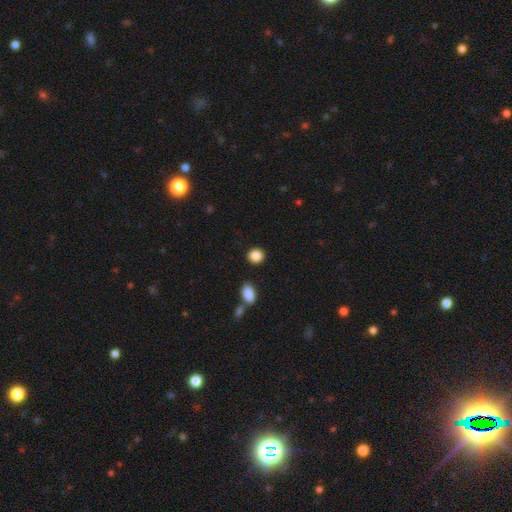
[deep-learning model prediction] Smooth or featured?
  - smooth: 88% *
  - star or artifact: 9%
  - featured or disk: 4%
How rounded?
  - round: 82% *
  - in between: 17%
  - cigar-shaped: 1%
Merging?
  - none: 88% *
  - minor disturbance: 7%
  - merger: 3%
  - major disturbance: 2%